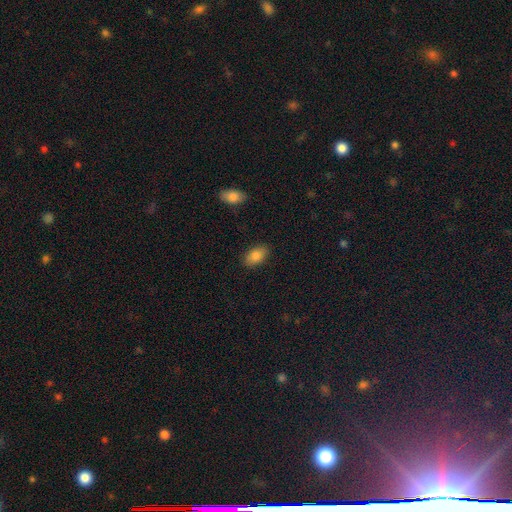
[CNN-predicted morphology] Overall: smooth (85%). How rounded: in between (91%). Merging: none (86%).